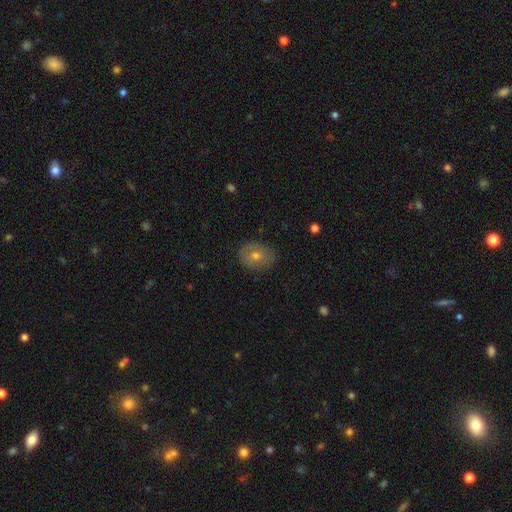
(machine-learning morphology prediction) Smooth or featured?
  - smooth: 60% *
  - featured or disk: 29%
  - star or artifact: 12%
How rounded?
  - round: 61% *
  - in between: 38%
  - cigar-shaped: 1%
Merging?
  - none: 84% *
  - minor disturbance: 12%
  - major disturbance: 3%
  - merger: 1%